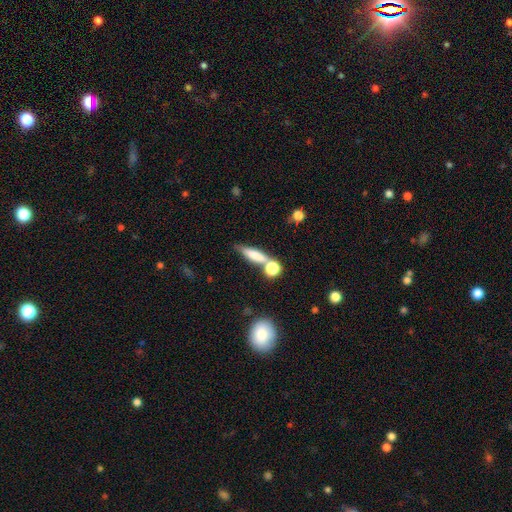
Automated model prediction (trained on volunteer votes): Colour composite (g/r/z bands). It shows a smooth galaxy with no disk features (66%) that is cigar-shaped (62%). Merging: none (52%).